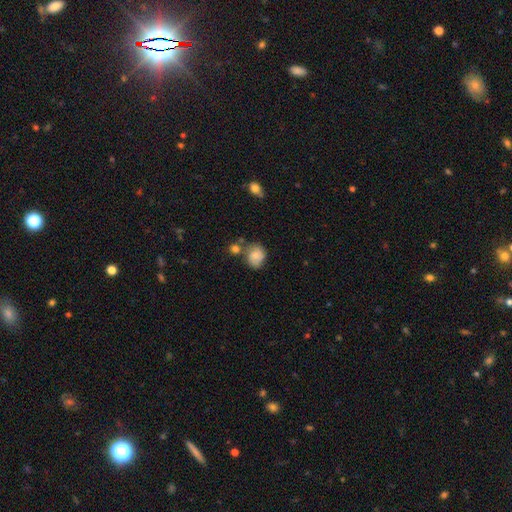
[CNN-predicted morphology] Smooth or featured?
  - smooth: 72% *
  - featured or disk: 19%
  - star or artifact: 9%
How rounded?
  - round: 66% *
  - in between: 33%
  - cigar-shaped: 1%
Merging?
  - none: 53% *
  - minor disturbance: 24%
  - merger: 17%
  - major disturbance: 7%